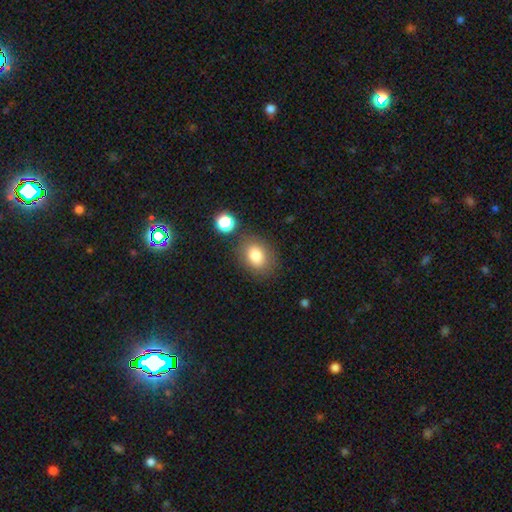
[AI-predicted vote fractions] Smooth or featured: smooth — 80% (star or artifact — 11%)
How rounded: in between — 59% (round — 40%)
Merging: none — 78% (minor disturbance — 12%)